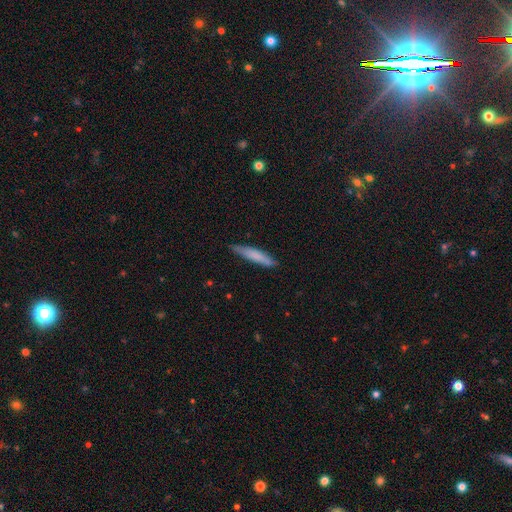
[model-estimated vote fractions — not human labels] Overall: smooth (73%). How rounded: cigar-shaped (89%). Merging: none (81%).